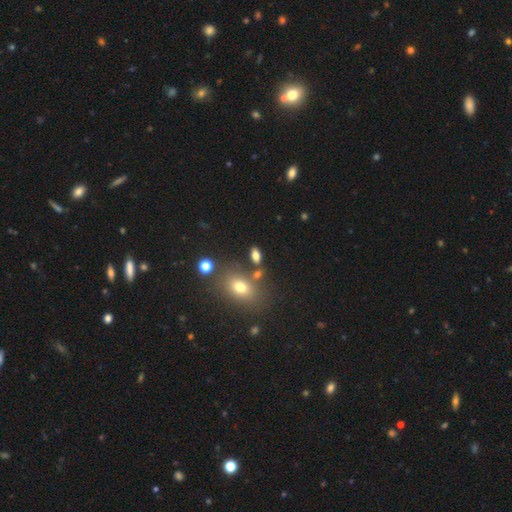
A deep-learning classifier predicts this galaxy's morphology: type=smooth (72%); roundness=in between (82%); merging=none (74%).